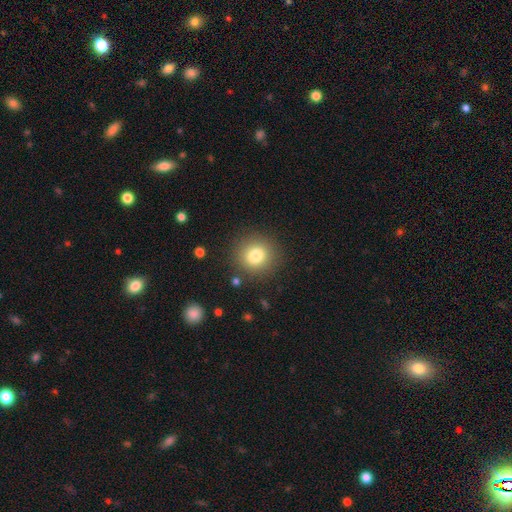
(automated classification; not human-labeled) Smooth or featured: smooth — 80% (star or artifact — 12%)
How rounded: round — 92% (in between — 7%)
Merging: none — 88% (minor disturbance — 7%)